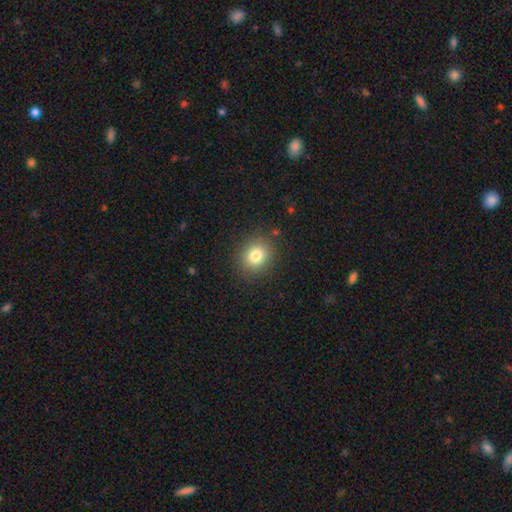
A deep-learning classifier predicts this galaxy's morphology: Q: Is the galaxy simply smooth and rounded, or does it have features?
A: smooth — 80%.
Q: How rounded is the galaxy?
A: round — 70%.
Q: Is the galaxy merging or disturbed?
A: none — 87%.